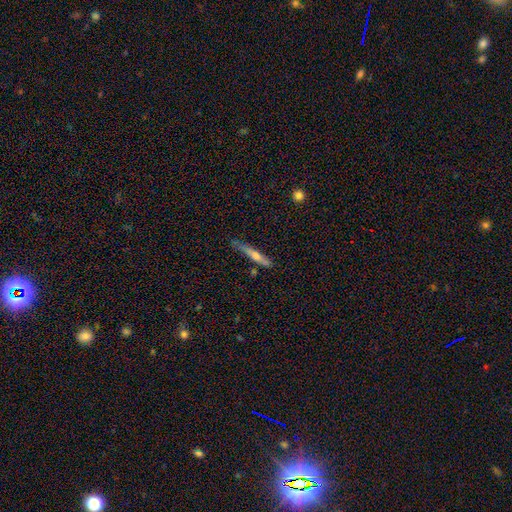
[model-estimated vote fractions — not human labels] Morphology: type=smooth (48%); merging=none (68%).